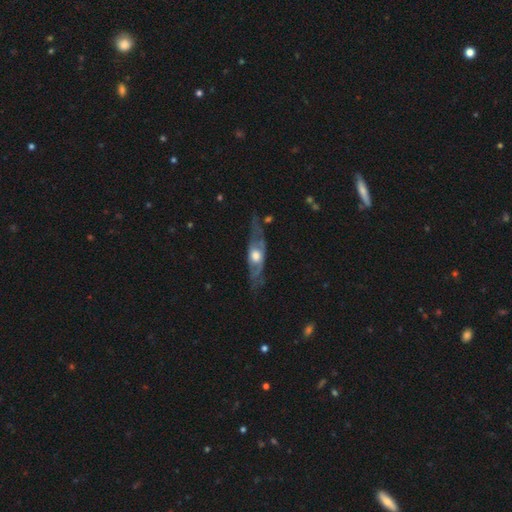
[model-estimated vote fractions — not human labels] smooth_or_featured: featured or disk (p=0.70) [alt: smooth p=0.25]
disk_edge_on: no (p=0.50) [tied with: yes p=0.50]
merging: none (p=0.63) [alt: minor disturbance p=0.23]